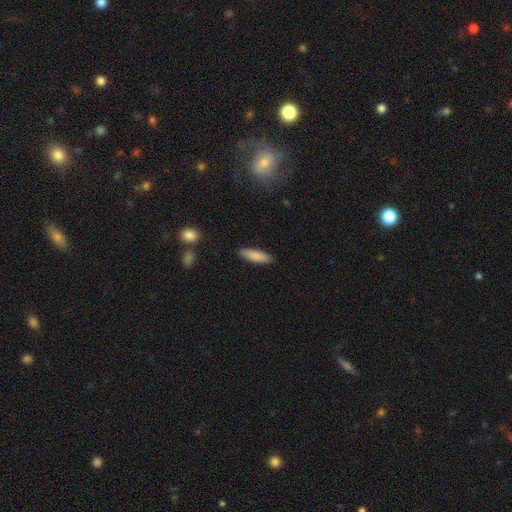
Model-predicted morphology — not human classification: A smooth galaxy with no disk features (85%) that is cigar-shaped (66%).

Vote fractions:
- Smooth or featured? smooth: 85% / featured or disk: 9% / star or artifact: 6%
- How rounded? cigar-shaped: 66% / in between: 32% / round: 1%
- Merging? none: 89% / minor disturbance: 8% / major disturbance: 2% / merger: 1%